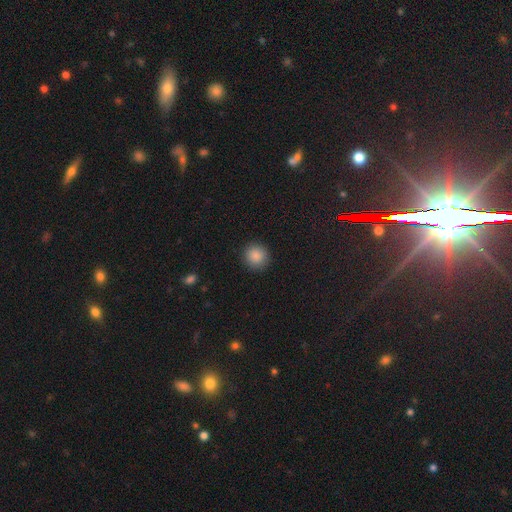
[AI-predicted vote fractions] Morphology: type=smooth (87%); roundness=round (93%); merging=none (91%).